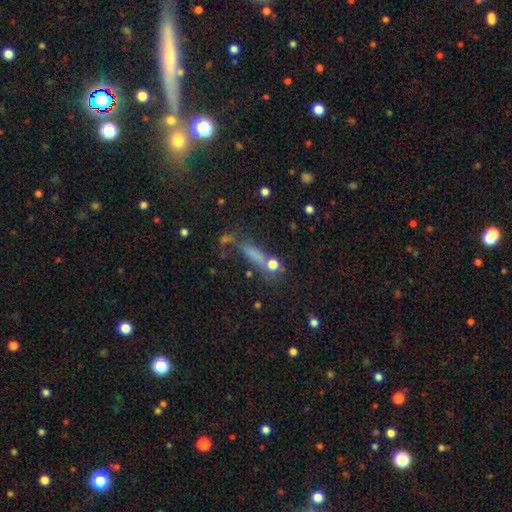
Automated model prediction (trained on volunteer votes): Smooth or featured? smooth (58%)
How rounded? cigar-shaped (65%)
Merging? none (56%)